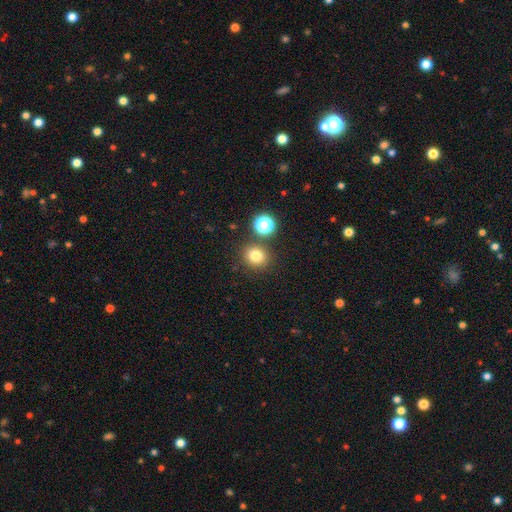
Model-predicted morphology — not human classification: This is likely a smooth galaxy (78%). How rounded: clearly round (85%). Merging: clearly none (82%).